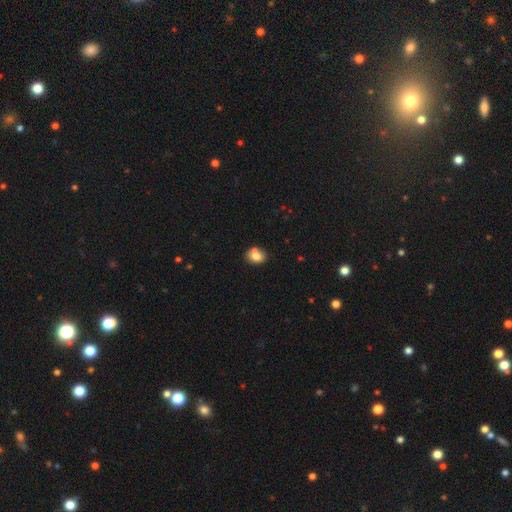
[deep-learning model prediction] This is likely a smooth galaxy (80%). How rounded: possibly in between (53%). Merging: likely none (63%).